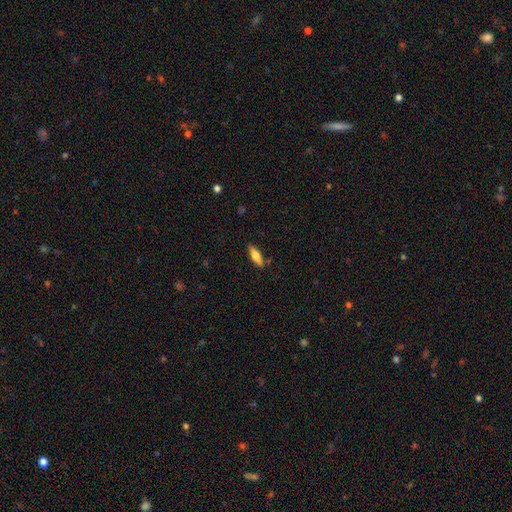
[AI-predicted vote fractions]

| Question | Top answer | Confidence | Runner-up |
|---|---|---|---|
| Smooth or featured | smooth | 64% | featured or disk (30%) |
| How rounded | in between | 49% | cigar-shaped (48%) |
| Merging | none | 85% | minor disturbance (11%) |